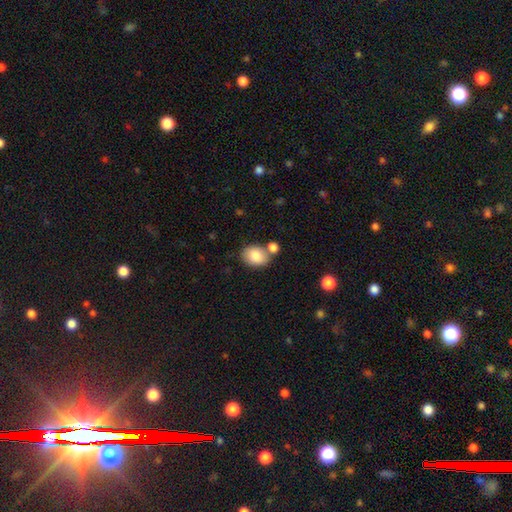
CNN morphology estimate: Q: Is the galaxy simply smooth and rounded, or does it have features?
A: smooth — 83%.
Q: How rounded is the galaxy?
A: in between — 63%.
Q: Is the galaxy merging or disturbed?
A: none — 64%.